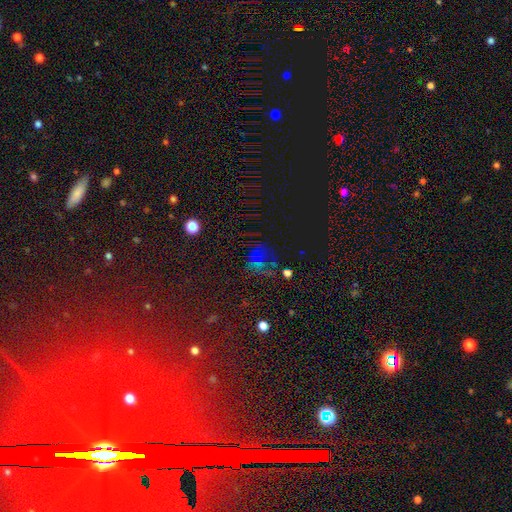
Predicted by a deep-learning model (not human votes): Q: Smooth or featured?
A: star or artifact (58%); runner-up: smooth (28%)